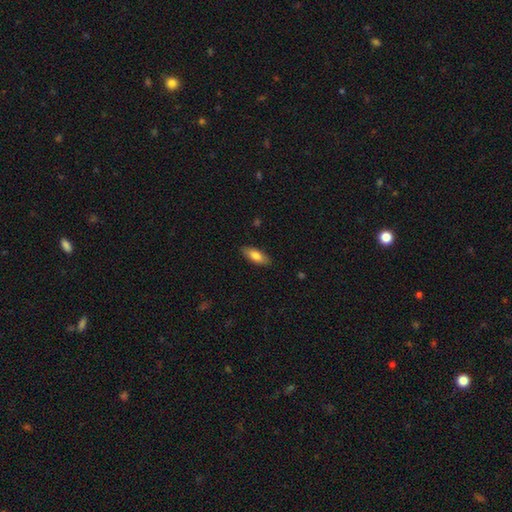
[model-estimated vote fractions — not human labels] Smooth or featured? Predicted: smooth (p=0.79). How rounded? Predicted: in between (p=0.78). Merging? Predicted: none (p=0.88).